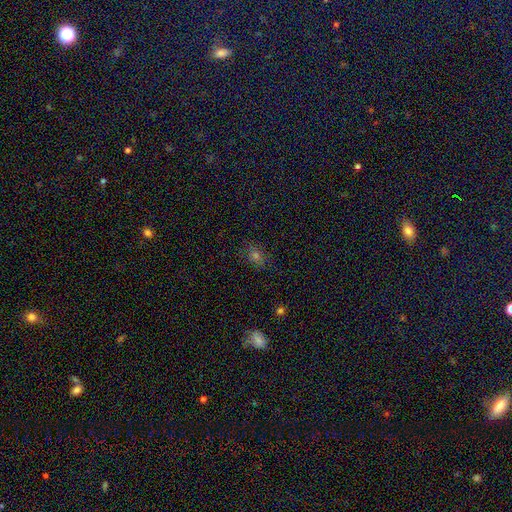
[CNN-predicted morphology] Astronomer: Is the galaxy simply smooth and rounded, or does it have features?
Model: smooth — 51% (runner-up: star or artifact, 34%).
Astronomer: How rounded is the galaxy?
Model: round — 55% (runner-up: in between, 43%).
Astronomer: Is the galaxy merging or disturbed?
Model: none — 80%.